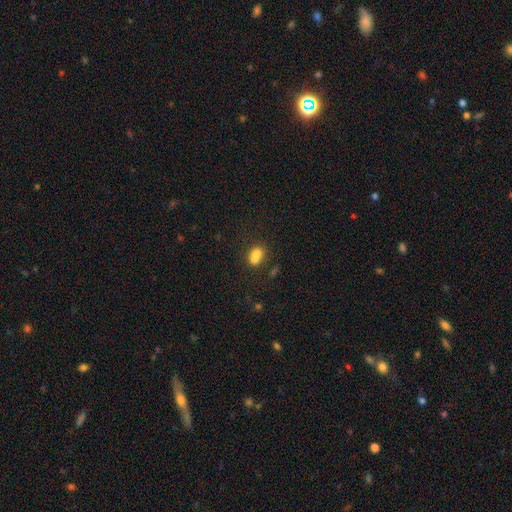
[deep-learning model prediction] Smooth or featured? Predicted: smooth (p=0.71). How rounded? Predicted: round (p=0.53). Merging? Predicted: merger (p=0.61).